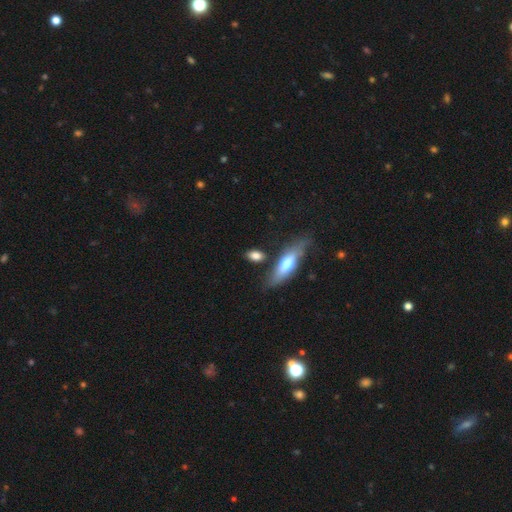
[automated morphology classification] A smooth galaxy with no disk features (77%) that is in between round and cigar-shaped (70%). Merging: none (69%).